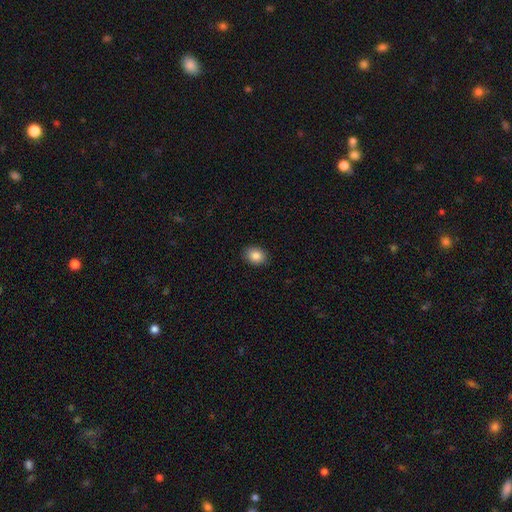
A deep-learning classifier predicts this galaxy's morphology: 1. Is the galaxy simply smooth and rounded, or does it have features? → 86% smooth, 9% star or artifact, 5% featured or disk.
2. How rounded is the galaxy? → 56% in between, 43% round, 1% cigar-shaped.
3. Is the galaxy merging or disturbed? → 89% none, 8% minor disturbance, 2% major disturbance, 1% merger.